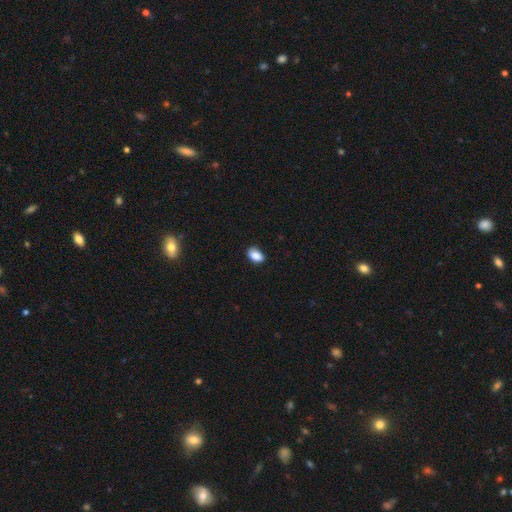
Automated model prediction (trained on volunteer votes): smooth_or_featured: smooth (p=0.89) [alt: star or artifact p=0.08]
how_rounded: in between (p=0.88) [alt: round p=0.10]
merging: none (p=0.84) [alt: minor disturbance p=0.13]